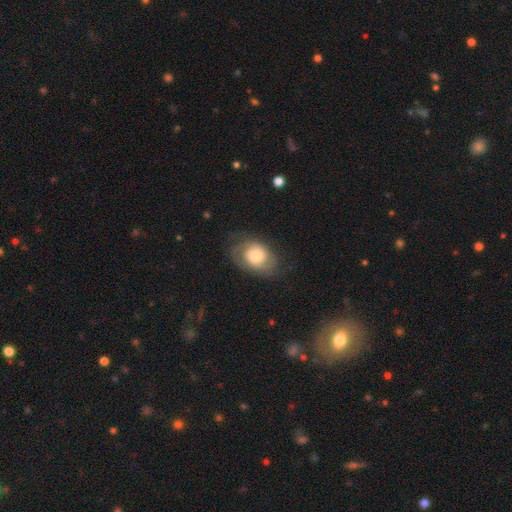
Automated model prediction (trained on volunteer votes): smooth_or_featured: featured or disk (p=0.58) [alt: smooth p=0.34]
disk_edge_on: no (p=0.97) [alt: yes p=0.03]
bar: no (p=0.76) [alt: weak p=0.21]
has_spiral_arms: yes (p=0.84) [alt: no p=0.16]
bulge_size: moderate (p=0.45) [alt: large p=0.32]
merging: none (p=0.66) [alt: minor disturbance p=0.21]